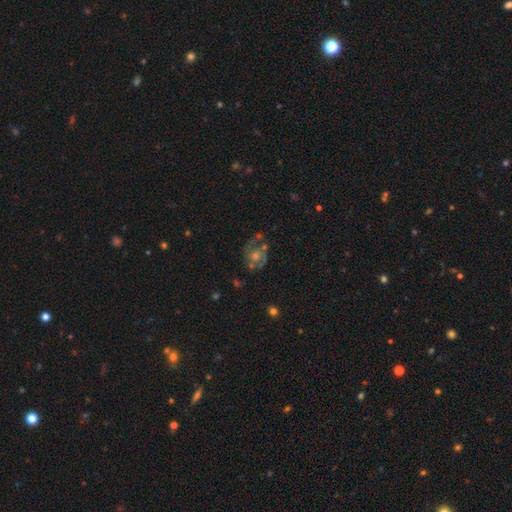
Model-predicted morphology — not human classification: Overall: featured or disk (69%). Edge-on disk: no (97%). Bar: no (74%). Spiral arms: yes (76%). Spiral arm count: 2 (59%; can't tell 21%). Spiral winding: medium (47%; tight 34%). Bulge size: moderate (56%; small 25%). Merging: none (58%; minor disturbance 19%).